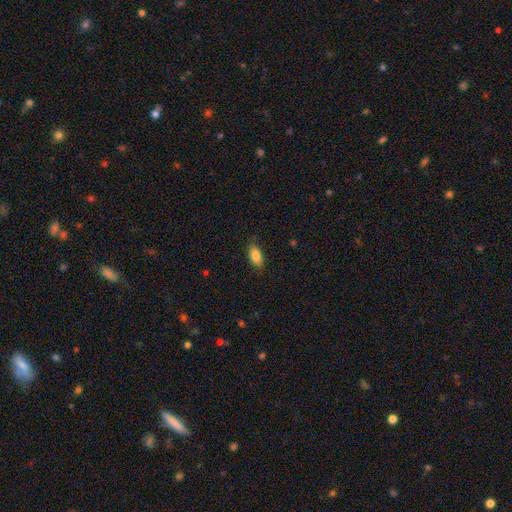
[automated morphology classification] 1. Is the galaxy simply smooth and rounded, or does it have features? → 83% smooth, 10% featured or disk, 7% star or artifact.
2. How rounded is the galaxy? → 87% in between, 10% cigar-shaped, 3% round.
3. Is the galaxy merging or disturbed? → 83% none, 13% minor disturbance, 3% major disturbance, 1% merger.